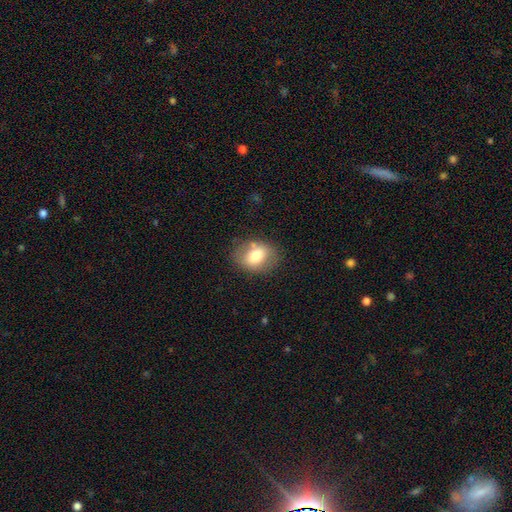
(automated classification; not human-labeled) This is likely a smooth galaxy (70%). How rounded: likely in between (65%). Merging: likely none (74%).